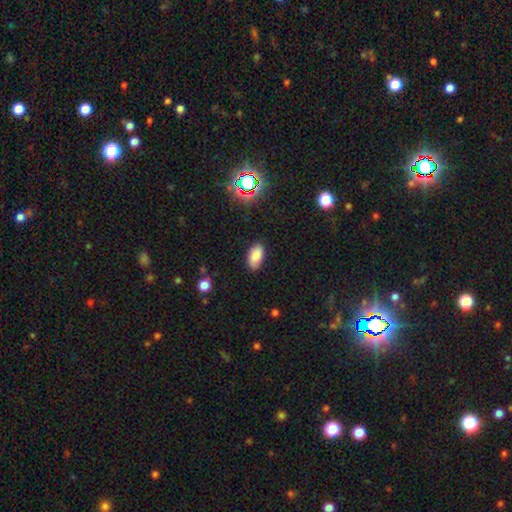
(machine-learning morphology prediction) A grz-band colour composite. It shows a smooth galaxy with no disk features (83%) that is in between round and cigar-shaped (94%). Merging: none (82%).